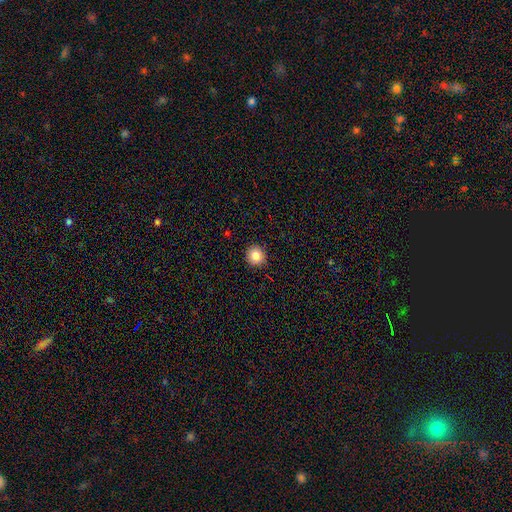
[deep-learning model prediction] smooth-or-featured: smooth: 84% | star or artifact: 10% | featured or disk: 6%
  how-rounded: round: 92% | in between: 7% | cigar-shaped: 1%
  merging: none: 91% | minor disturbance: 6% | major disturbance: 2% | merger: 1%